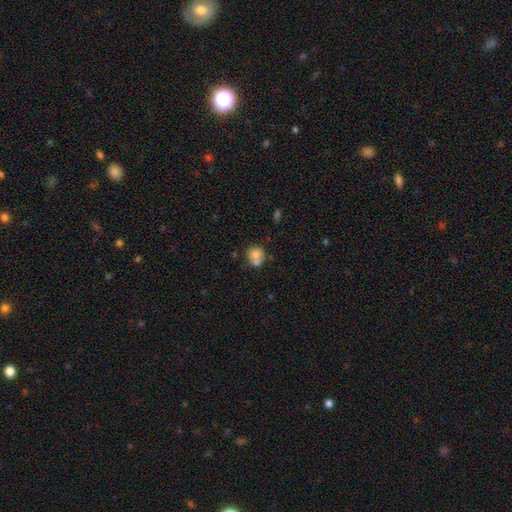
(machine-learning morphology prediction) Smooth or featured? smooth (77%)
How rounded? round (79%)
Merging? none (45%)